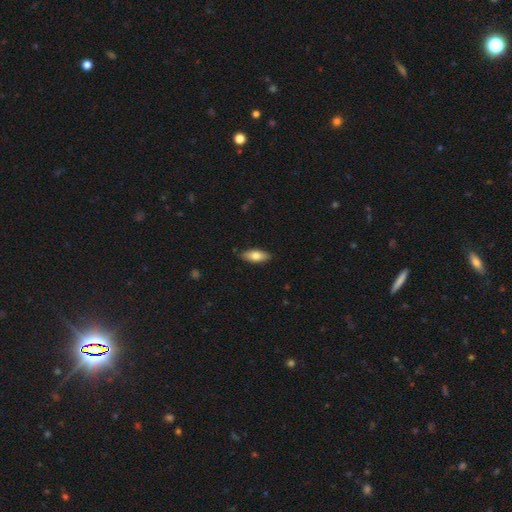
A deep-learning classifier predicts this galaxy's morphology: A smooth galaxy with no disk features (76%) that is in between round and cigar-shaped (77%). Merging: none (86%).